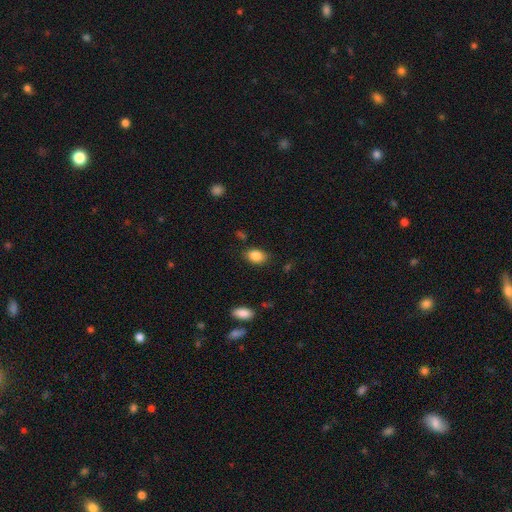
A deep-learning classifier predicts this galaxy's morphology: type=smooth (86%); roundness=in between (79%); merging=none (82%).